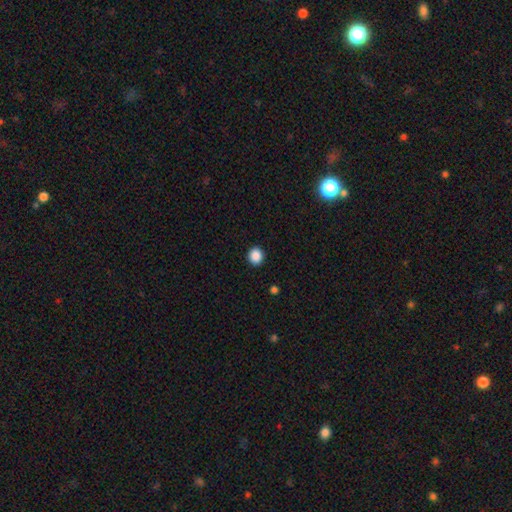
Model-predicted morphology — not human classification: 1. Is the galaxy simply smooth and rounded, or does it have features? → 88% smooth, 9% star or artifact, 2% featured or disk.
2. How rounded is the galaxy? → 88% round, 11% in between, 1% cigar-shaped.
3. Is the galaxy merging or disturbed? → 93% none, 5% minor disturbance, 2% major disturbance, 1% merger.